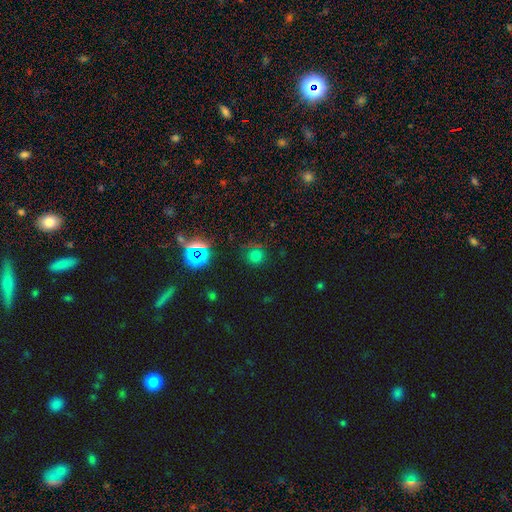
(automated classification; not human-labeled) Morphology: type=smooth (63%); roundness=round (91%); merging=none (78%).